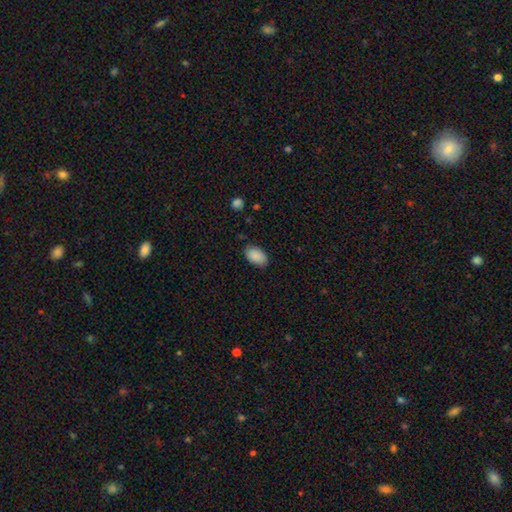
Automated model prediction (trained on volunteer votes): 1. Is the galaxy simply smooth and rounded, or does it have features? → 90% smooth, 7% star or artifact, 3% featured or disk.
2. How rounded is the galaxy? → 92% in between, 7% round, 1% cigar-shaped.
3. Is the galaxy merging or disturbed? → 83% none, 14% minor disturbance, 3% major disturbance, 1% merger.